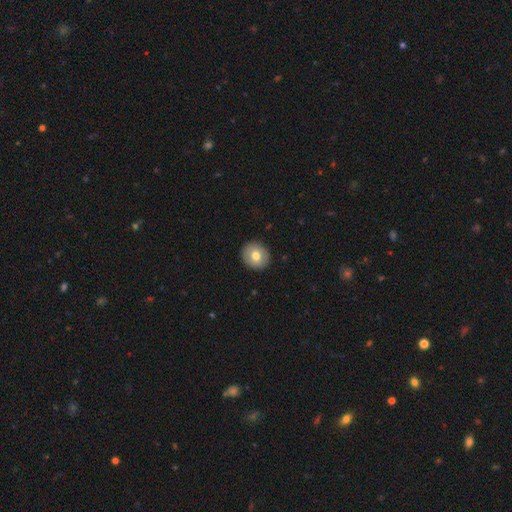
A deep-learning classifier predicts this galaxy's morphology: Smooth or featured: smooth — 68% (featured or disk — 25%)
How rounded: round — 84% (in between — 15%)
Merging: none — 91% (minor disturbance — 7%)